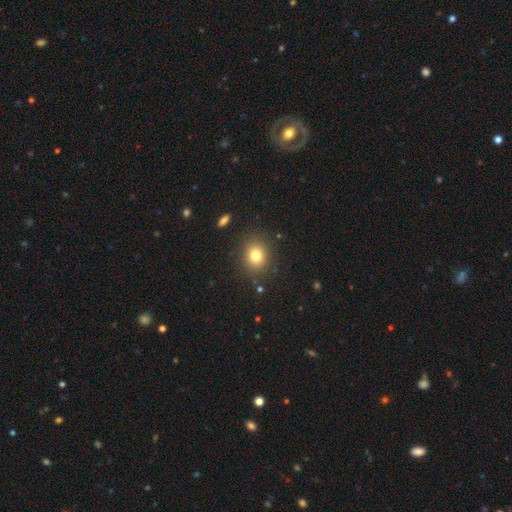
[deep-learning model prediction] smooth_or_featured: smooth (p=0.79) [alt: star or artifact p=0.12]
how_rounded: round (p=0.65) [alt: in between p=0.34]
merging: none (p=0.87) [alt: minor disturbance p=0.08]